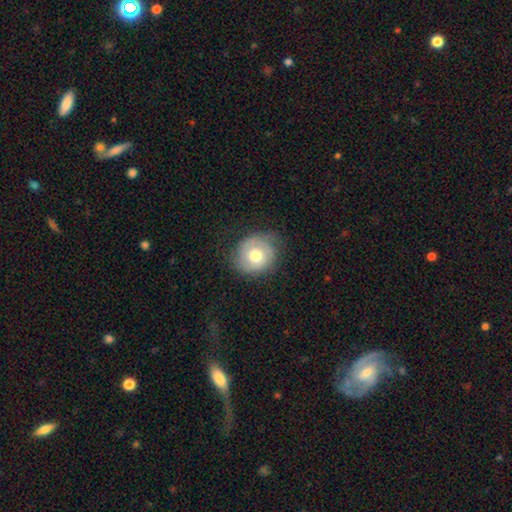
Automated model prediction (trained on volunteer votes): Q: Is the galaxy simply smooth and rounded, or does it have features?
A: smooth — 57%.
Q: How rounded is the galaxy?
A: round — 79%.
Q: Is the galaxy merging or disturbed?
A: none — 69%.